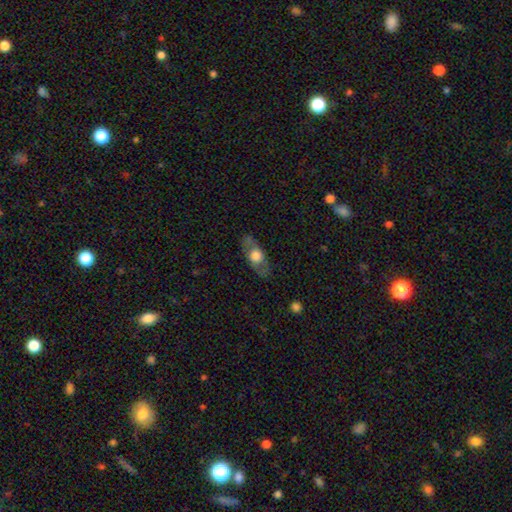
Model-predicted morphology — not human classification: The model was most divided on "smooth or featured": smooth: 50%, featured or disk: 44%, star or artifact: 6%. More confident: merging — none (79%).